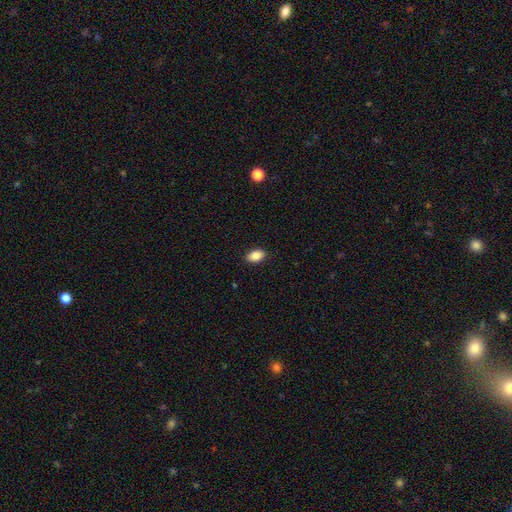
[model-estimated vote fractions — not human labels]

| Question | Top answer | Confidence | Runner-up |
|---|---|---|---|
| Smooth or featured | smooth | 87% | star or artifact (8%) |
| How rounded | in between | 90% | round (8%) |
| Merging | none | 90% | minor disturbance (8%) |